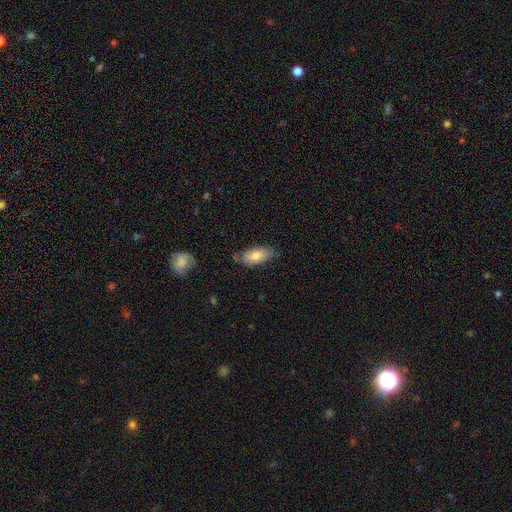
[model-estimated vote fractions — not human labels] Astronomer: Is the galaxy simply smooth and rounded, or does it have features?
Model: smooth — 76%.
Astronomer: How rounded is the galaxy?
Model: in between — 91%.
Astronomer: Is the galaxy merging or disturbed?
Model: none — 72%.